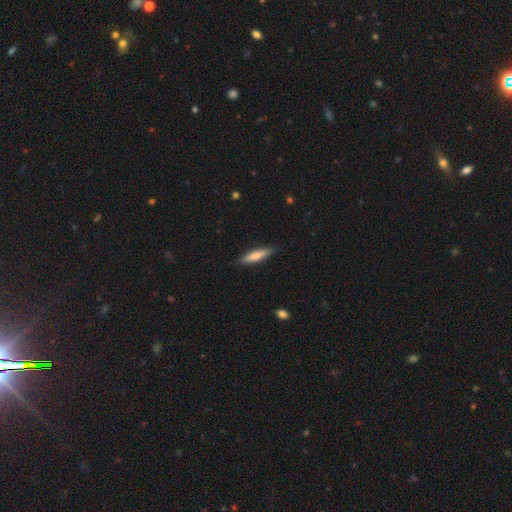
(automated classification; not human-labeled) Q: Smooth or featured?
A: smooth (71%); runner-up: featured or disk (23%)
Q: How rounded?
A: cigar-shaped (77%); runner-up: in between (21%)
Q: Merging?
A: none (88%); runner-up: minor disturbance (9%)